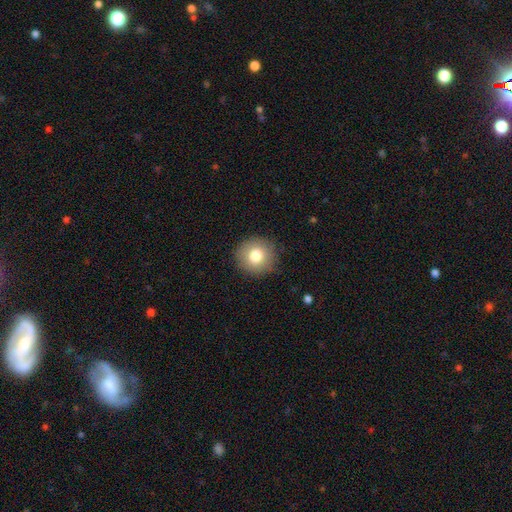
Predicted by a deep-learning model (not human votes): Smooth or featured? Predicted: smooth (p=0.80). How rounded? Predicted: round (p=0.94). Merging? Predicted: none (p=0.89).